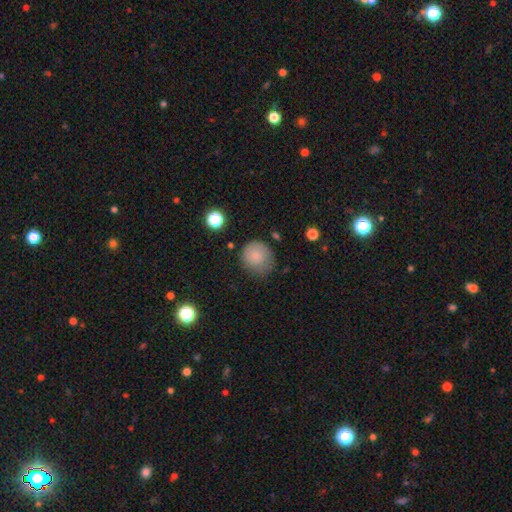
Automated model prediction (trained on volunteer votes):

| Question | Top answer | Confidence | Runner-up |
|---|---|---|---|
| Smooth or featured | smooth | 82% | star or artifact (9%) |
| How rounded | round | 85% | in between (14%) |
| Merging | none | 66% | minor disturbance (24%) |